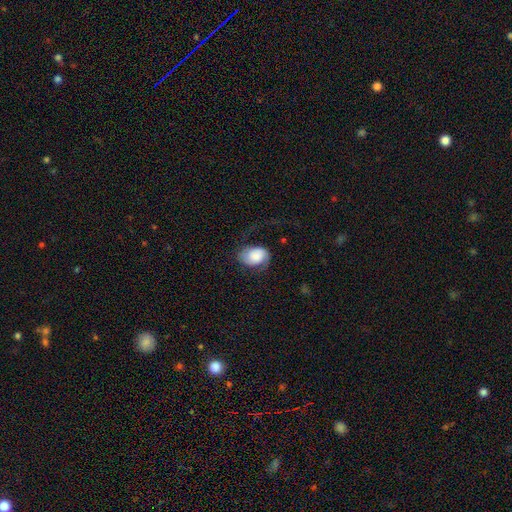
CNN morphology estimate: A smooth galaxy with no disk features (53%) that is in between round and cigar-shaped (77%).

Vote fractions:
- Smooth or featured? smooth: 53% / featured or disk: 38% / star or artifact: 9%
- How rounded? in between: 77% / round: 22% / cigar-shaped: 1%
- Merging? none: 49% / major disturbance: 25% / minor disturbance: 25% / merger: 2%